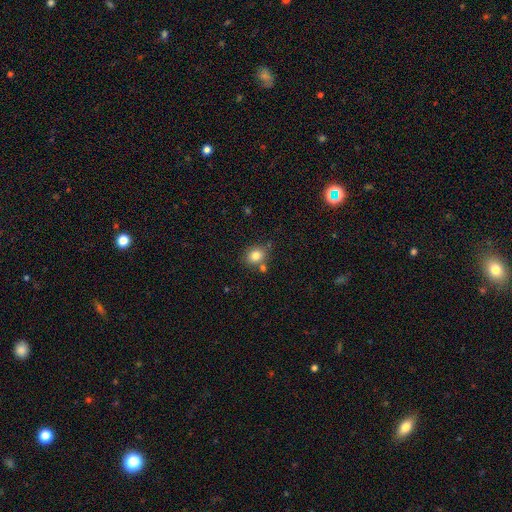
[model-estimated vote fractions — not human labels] Q: Smooth or featured?
A: smooth (80%); runner-up: star or artifact (11%)
Q: How rounded?
A: round (61%); runner-up: in between (38%)
Q: Merging?
A: none (70%); runner-up: merger (13%)